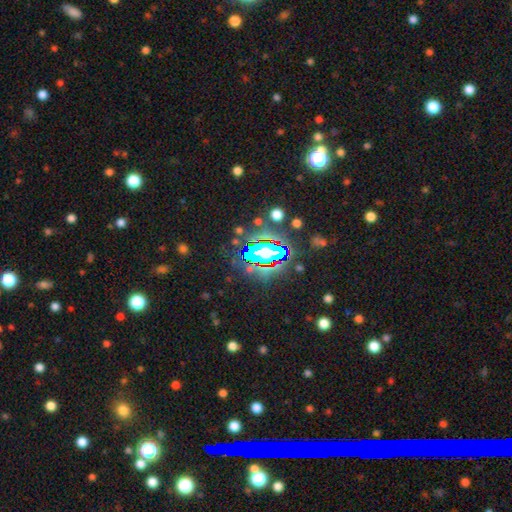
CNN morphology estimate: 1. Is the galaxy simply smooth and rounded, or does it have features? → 72% star or artifact, 17% smooth, 12% featured or disk.